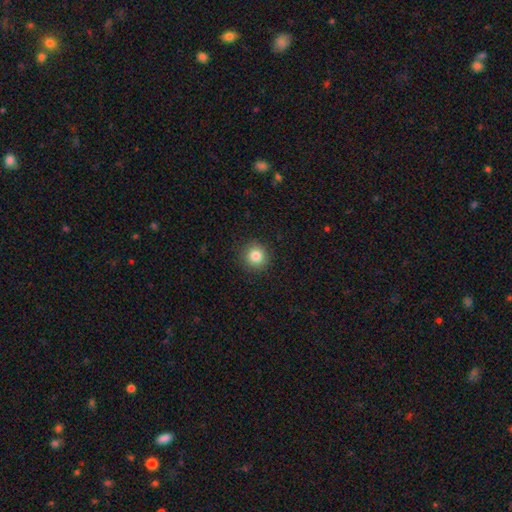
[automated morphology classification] A smooth galaxy with no disk features (83%) that is round (94%).

Vote fractions:
- Smooth or featured? smooth: 83% / star or artifact: 11% / featured or disk: 6%
- How rounded? round: 94% / in between: 5% / cigar-shaped: 1%
- Merging? none: 91% / minor disturbance: 6% / major disturbance: 2% / merger: 1%